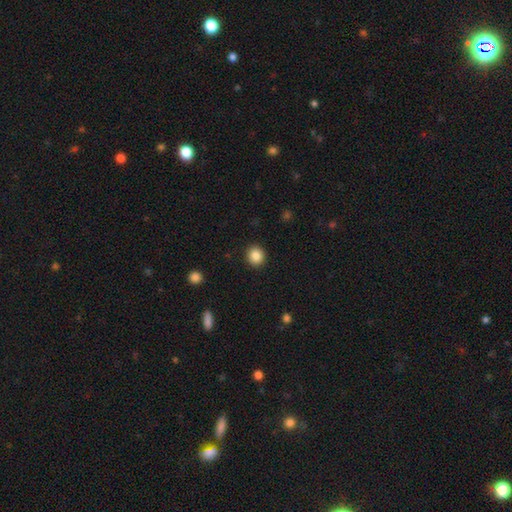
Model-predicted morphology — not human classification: Smooth or featured? Predicted: smooth (p=0.86). How rounded? Predicted: round (p=0.87). Merging? Predicted: none (p=0.92).